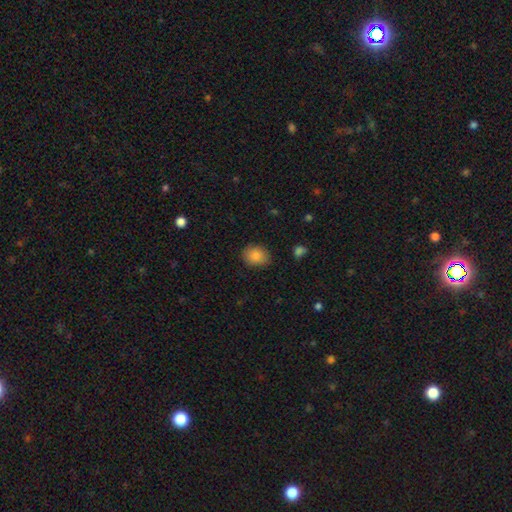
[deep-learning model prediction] Smooth or featured?
  - smooth: 84% *
  - star or artifact: 8%
  - featured or disk: 8%
How rounded?
  - in between: 51% *
  - round: 48%
  - cigar-shaped: 1%
Merging?
  - none: 82% *
  - minor disturbance: 14%
  - major disturbance: 3%
  - merger: 1%